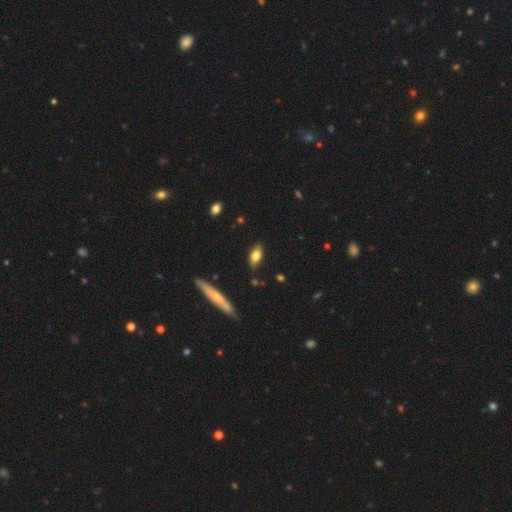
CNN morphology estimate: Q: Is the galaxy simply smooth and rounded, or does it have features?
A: smooth — 78%.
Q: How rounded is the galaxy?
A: in between — 81%.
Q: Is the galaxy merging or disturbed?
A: none — 85%.